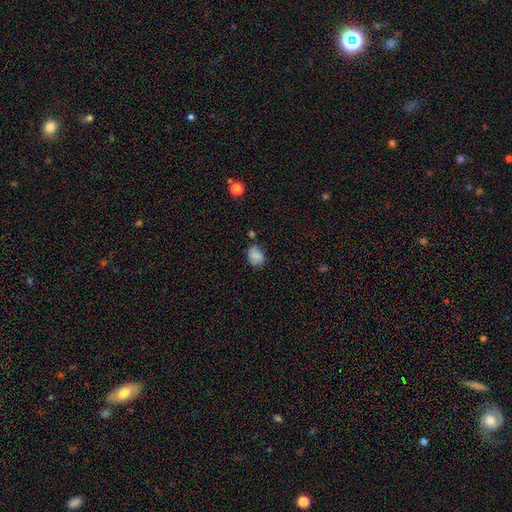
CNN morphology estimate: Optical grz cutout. It shows a smooth galaxy with no disk features (84%) that is in between round and cigar-shaped (57%). Merging: none (67%).